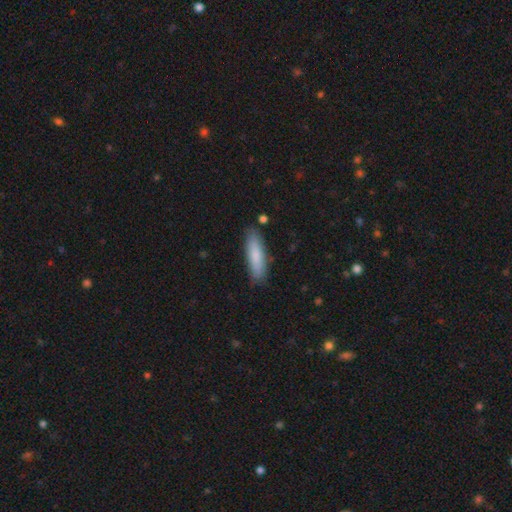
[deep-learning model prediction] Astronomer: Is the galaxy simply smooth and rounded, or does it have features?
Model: smooth — 81%.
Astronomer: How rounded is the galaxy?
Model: cigar-shaped — 63%.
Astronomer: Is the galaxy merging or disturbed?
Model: none — 84%.